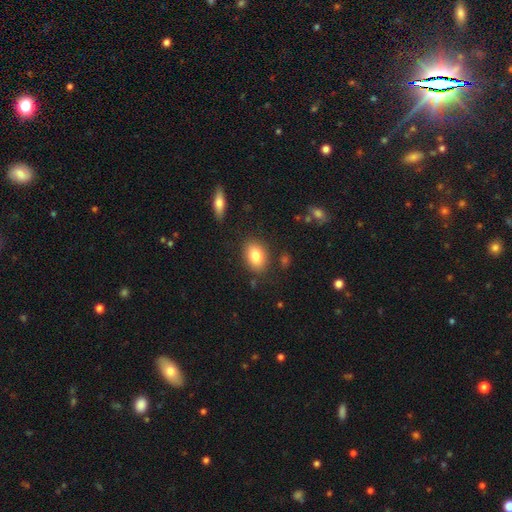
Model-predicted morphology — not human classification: smooth_or_featured: smooth (p=0.82) [alt: featured or disk p=0.10]
how_rounded: in between (p=0.82) [alt: round p=0.17]
merging: none (p=0.84) [alt: minor disturbance p=0.11]